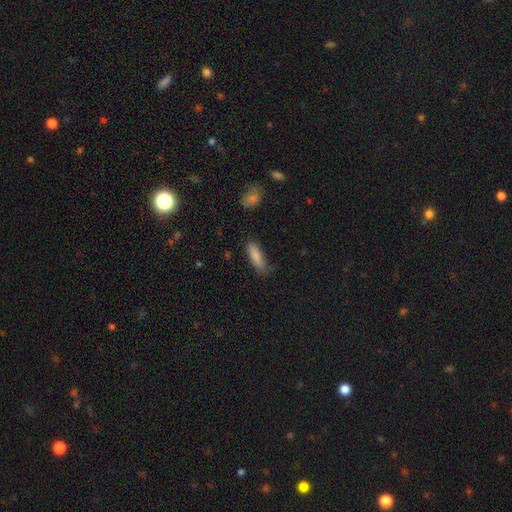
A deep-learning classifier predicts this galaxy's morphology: smooth-or-featured: smooth: 86% | featured or disk: 8% | star or artifact: 6%
  how-rounded: in between: 53% | cigar-shaped: 45% | round: 2%
  merging: none: 70% | minor disturbance: 24% | major disturbance: 5% | merger: 2%